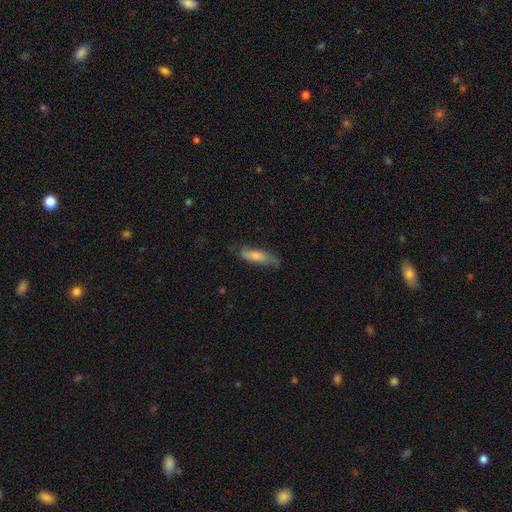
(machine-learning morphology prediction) A smooth galaxy with no disk features (57%) that is cigar-shaped (62%). Merging: none (69%).